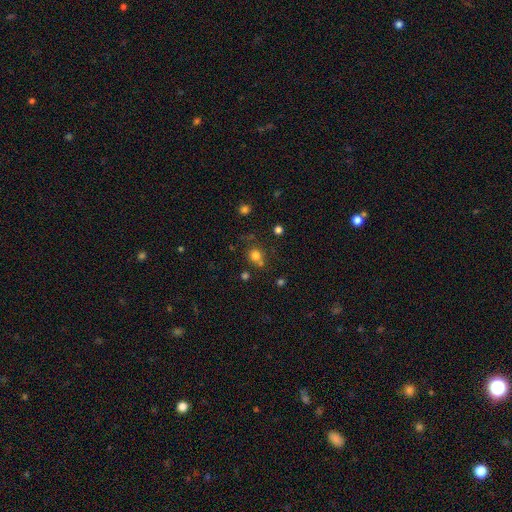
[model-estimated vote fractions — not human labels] Overall: smooth (77%). How rounded: round (81%). Merging: none (62%).